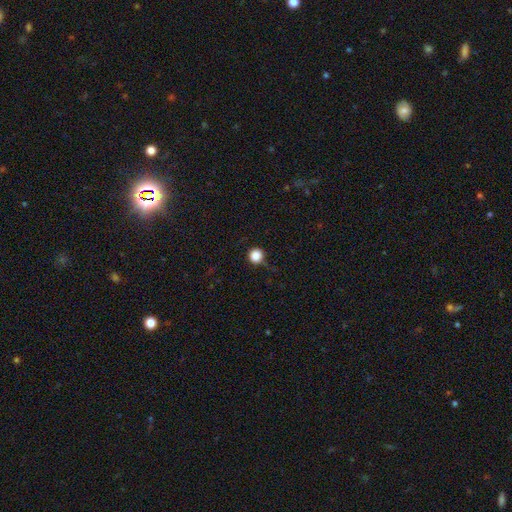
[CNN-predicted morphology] This appears to be a smooth galaxy with no disk features (86%) that is round (95%). Merging: none (82%).